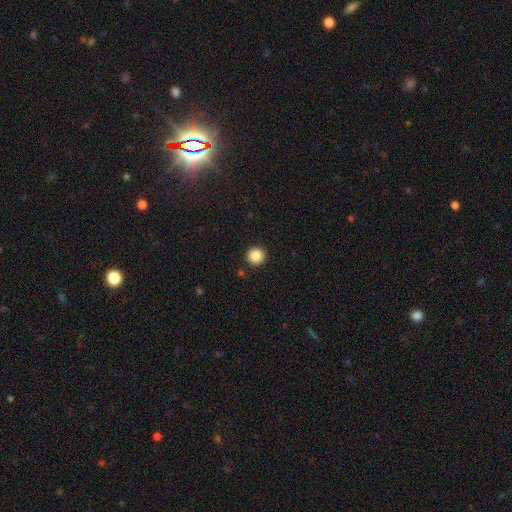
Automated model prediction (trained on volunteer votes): smooth_or_featured: smooth (p=0.87) [alt: star or artifact p=0.10]
how_rounded: round (p=0.95) [alt: in between p=0.04]
merging: none (p=0.92) [alt: minor disturbance p=0.05]